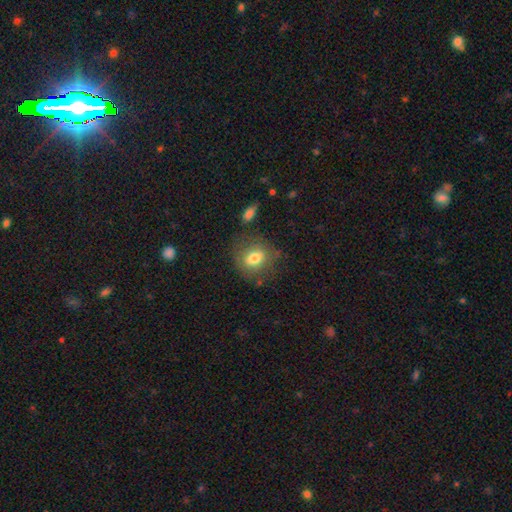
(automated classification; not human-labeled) Smooth or featured: smooth — 60% (star or artifact — 24%)
How rounded: round — 85% (in between — 14%)
Merging: none — 79% (minor disturbance — 12%)